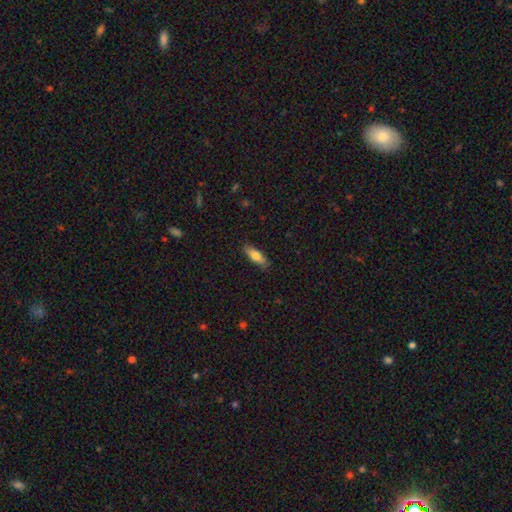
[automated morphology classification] type=smooth (76%); roundness=in between (63%); merging=none (85%).